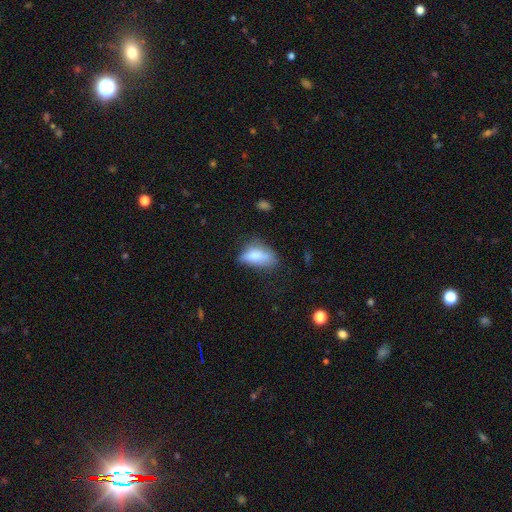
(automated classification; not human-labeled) Smooth or featured?
  - smooth: 74% *
  - featured or disk: 17%
  - star or artifact: 9%
How rounded?
  - in between: 88% *
  - cigar-shaped: 7%
  - round: 5%
Merging?
  - none: 38% *
  - minor disturbance: 35%
  - major disturbance: 21%
  - merger: 6%